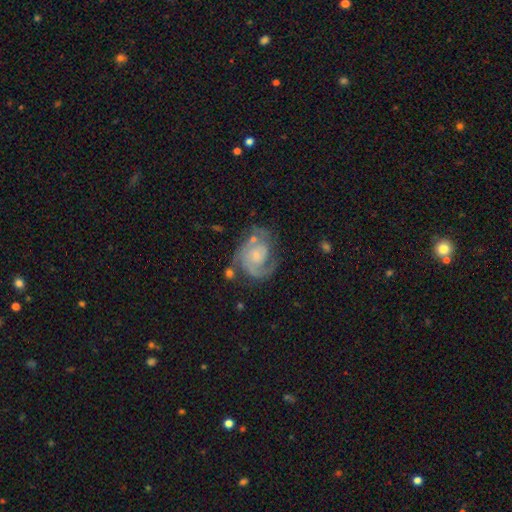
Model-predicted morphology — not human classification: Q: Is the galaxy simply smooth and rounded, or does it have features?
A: featured or disk — 84%.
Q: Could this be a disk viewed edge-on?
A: no — 98%.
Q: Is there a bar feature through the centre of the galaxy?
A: no — 69%.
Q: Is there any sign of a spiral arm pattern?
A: yes — 95%.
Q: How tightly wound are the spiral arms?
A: tight — 48%.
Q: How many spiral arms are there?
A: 2 — 55%.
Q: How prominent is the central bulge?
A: small — 61%.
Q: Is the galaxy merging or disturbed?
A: none — 58%.